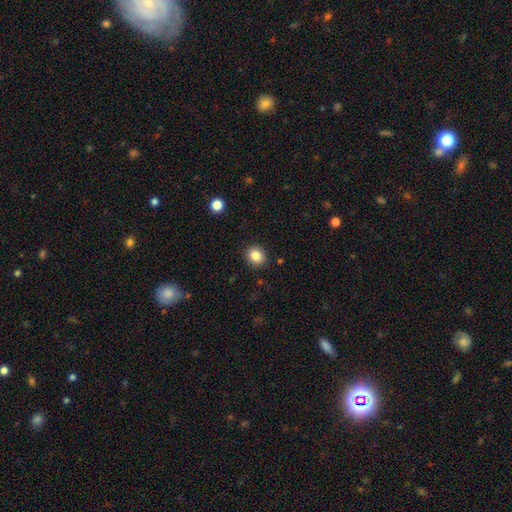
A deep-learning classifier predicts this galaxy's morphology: This appears to be a smooth galaxy with no disk features (85%) that is round (65%). Merging: none (90%).